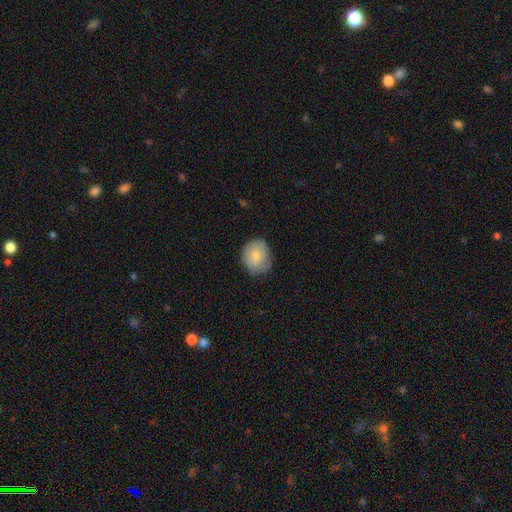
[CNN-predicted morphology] Smooth or featured? Predicted: smooth (p=0.79). How rounded? Predicted: round (p=0.72). Merging? Predicted: none (p=0.71).